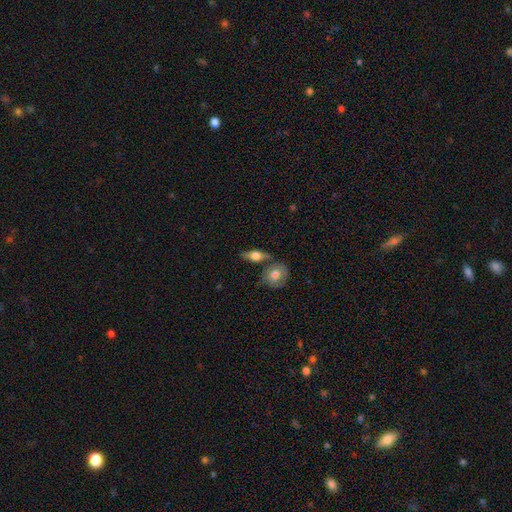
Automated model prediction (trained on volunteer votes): A smooth galaxy with no disk features (53%) that is in between round and cigar-shaped (61%).

Vote fractions:
- Smooth or featured? smooth: 53% / featured or disk: 40% / star or artifact: 6%
- How rounded? in between: 61% / cigar-shaped: 27% / round: 11%
- Merging? none: 64% / merger: 18% / minor disturbance: 14% / major disturbance: 4%